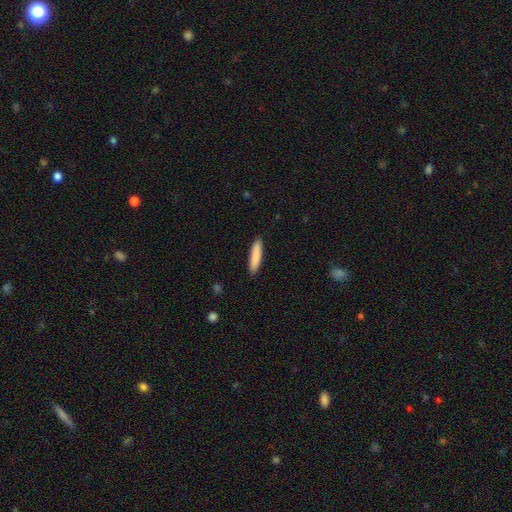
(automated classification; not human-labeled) Smooth or featured?
  - smooth: 87% *
  - featured or disk: 8%
  - star or artifact: 6%
How rounded?
  - cigar-shaped: 82% *
  - in between: 17%
  - round: 1%
Merging?
  - none: 90% *
  - minor disturbance: 8%
  - major disturbance: 2%
  - merger: 1%